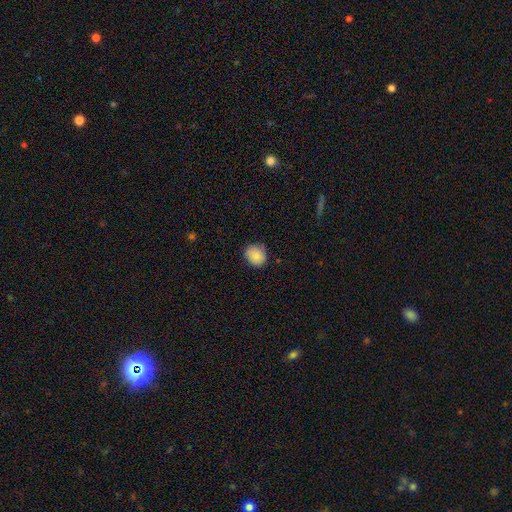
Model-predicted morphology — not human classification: Overall: smooth (87%). How rounded: round (77%). Merging: none (81%).